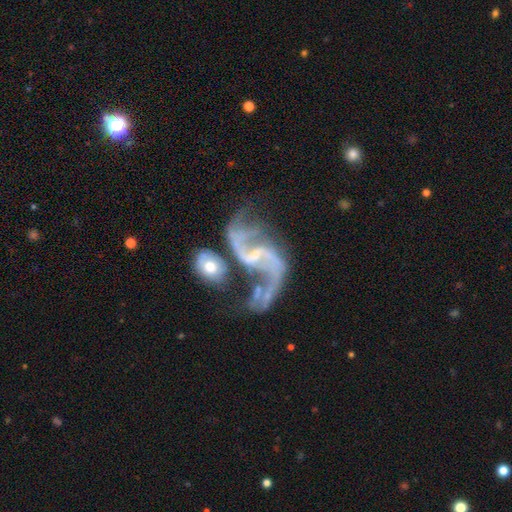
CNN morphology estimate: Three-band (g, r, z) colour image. It shows a featured or disk galaxy (90%) with a weak bar (46%), 2 (89%) loose (77%) spiral arms (95%) and a small central bulge (68%). Merging: merger (32%).